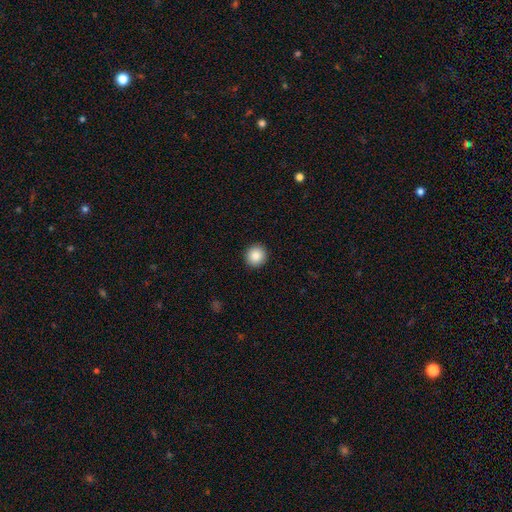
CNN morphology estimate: This is clearly a smooth galaxy (88%). How rounded: clearly round (92%). Merging: clearly none (93%).